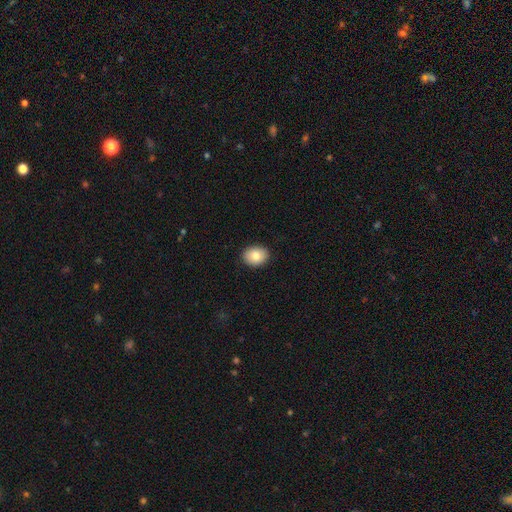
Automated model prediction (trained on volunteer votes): Smooth or featured: smooth — 82% (featured or disk — 10%)
How rounded: in between — 53% (round — 46%)
Merging: none — 90% (minor disturbance — 7%)